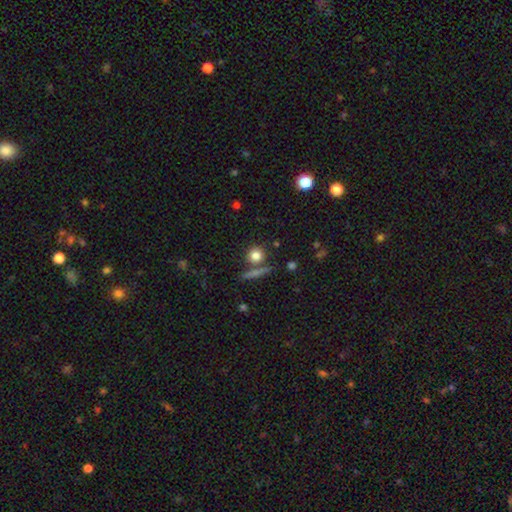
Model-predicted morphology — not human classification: Smooth or featured?
  - smooth: 80% *
  - star or artifact: 11%
  - featured or disk: 9%
How rounded?
  - round: 87% *
  - in between: 9%
  - cigar-shaped: 4%
Merging?
  - none: 75% *
  - merger: 13%
  - minor disturbance: 9%
  - major disturbance: 4%